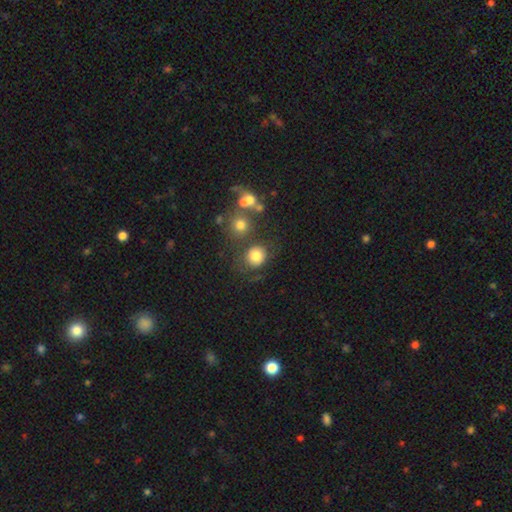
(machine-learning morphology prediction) This appears to be a smooth galaxy with no disk features (78%) that is round (82%). Merging: none (63%).